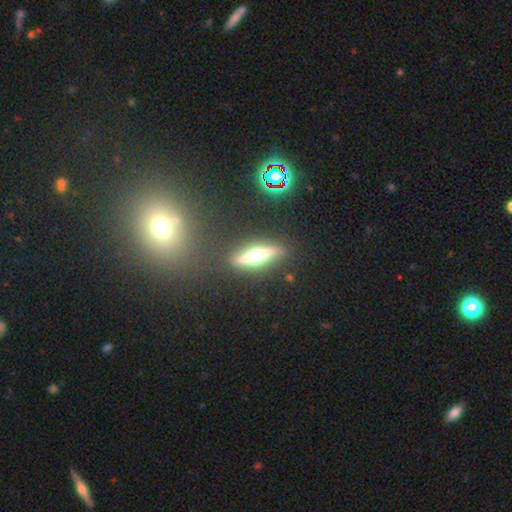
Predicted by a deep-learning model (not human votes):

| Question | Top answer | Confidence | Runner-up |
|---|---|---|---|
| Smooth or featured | featured or disk | 69% | smooth (23%) |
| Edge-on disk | yes | 94% | no (6%) |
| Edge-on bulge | rounded | 93% | boxy (5%) |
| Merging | none | 87% | minor disturbance (8%) |